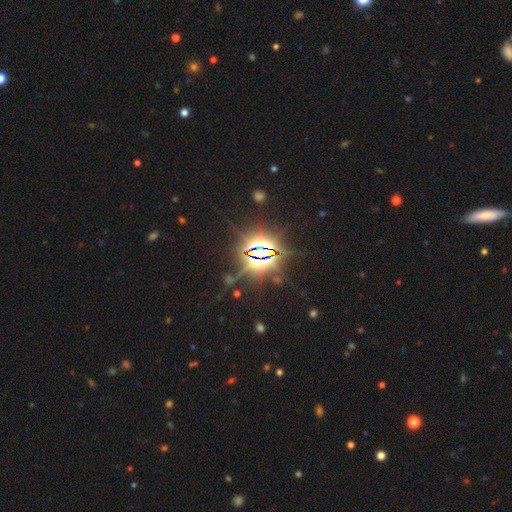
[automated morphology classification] Smooth or featured? Predicted: star or artifact (p=0.84).